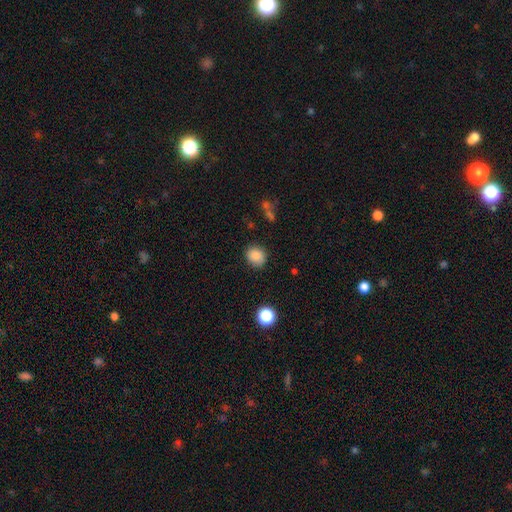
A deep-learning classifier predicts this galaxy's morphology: The model was most divided on "how rounded": round: 67%, in between: 32%, cigar-shaped: 1%. More confident: smooth or featured — smooth (85%); merging — none (84%).